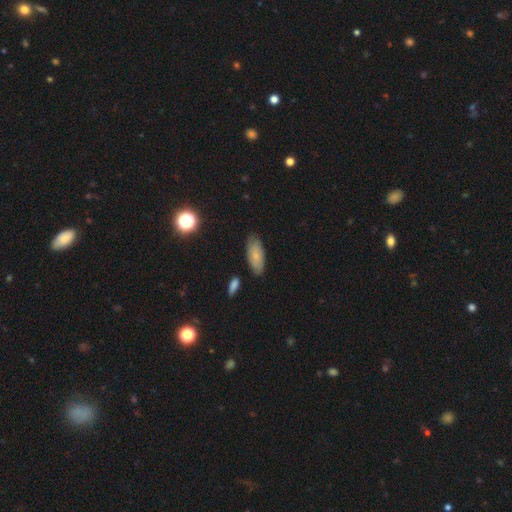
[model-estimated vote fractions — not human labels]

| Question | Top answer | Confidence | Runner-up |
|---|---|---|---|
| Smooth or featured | smooth | 70% | featured or disk (22%) |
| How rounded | in between | 84% | cigar-shaped (14%) |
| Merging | none | 76% | minor disturbance (18%) |